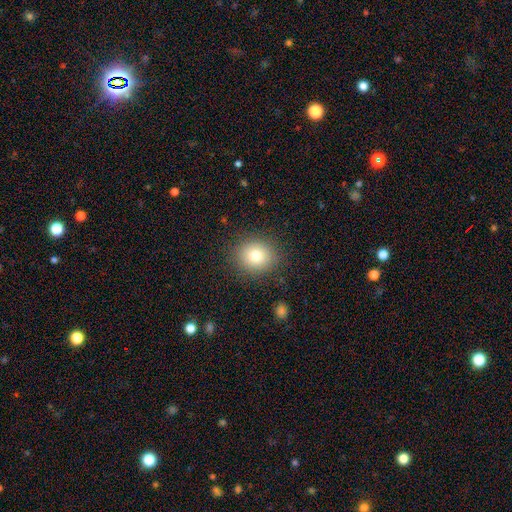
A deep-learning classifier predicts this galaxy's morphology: Q: Smooth or featured?
A: smooth (77%); runner-up: star or artifact (12%)
Q: How rounded?
A: round (79%); runner-up: in between (20%)
Q: Merging?
A: none (87%); runner-up: minor disturbance (8%)